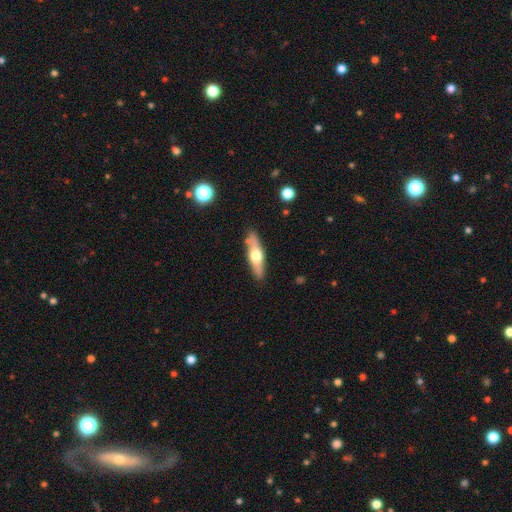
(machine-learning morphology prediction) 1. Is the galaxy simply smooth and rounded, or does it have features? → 49% featured or disk, 45% smooth, 6% star or artifact.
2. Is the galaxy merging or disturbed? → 83% none, 12% minor disturbance, 3% merger, 2% major disturbance.